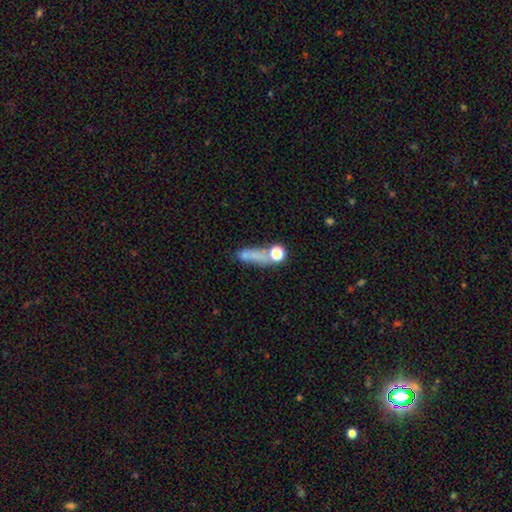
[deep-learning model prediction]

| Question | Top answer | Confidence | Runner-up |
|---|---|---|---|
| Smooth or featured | smooth | 58% | featured or disk (22%) |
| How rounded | cigar-shaped | 50% | in between (28%) |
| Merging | none | 44% | merger (22%) |